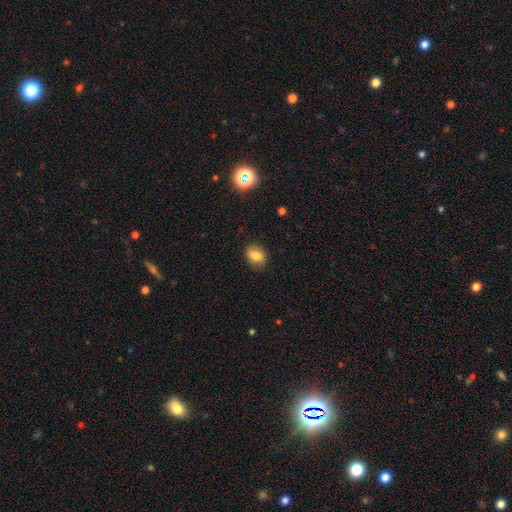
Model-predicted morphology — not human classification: smooth-or-featured: smooth: 79% | star or artifact: 11% | featured or disk: 10%
  how-rounded: in between: 62% | round: 37% | cigar-shaped: 1%
  merging: none: 80% | minor disturbance: 15% | major disturbance: 3% | merger: 1%